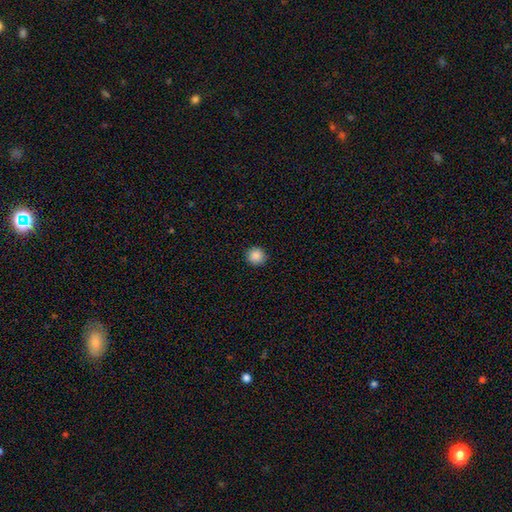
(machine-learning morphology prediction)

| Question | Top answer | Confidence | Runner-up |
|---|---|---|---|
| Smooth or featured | smooth | 88% | star or artifact (9%) |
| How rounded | round | 94% | in between (5%) |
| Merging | none | 91% | minor disturbance (6%) |